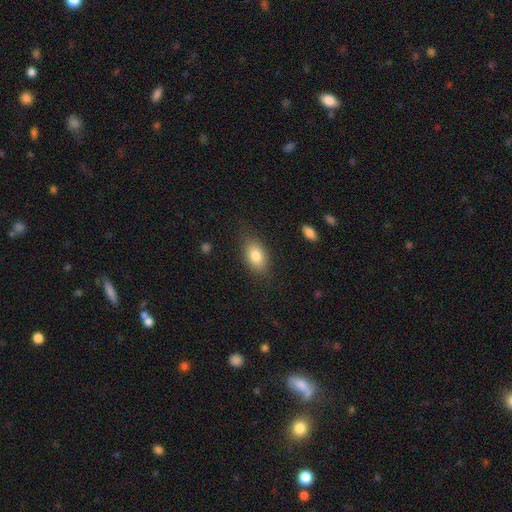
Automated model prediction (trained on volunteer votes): smooth_or_featured: smooth (p=0.81) [alt: featured or disk p=0.11]
how_rounded: in between (p=0.88) [alt: round p=0.09]
merging: none (p=0.79) [alt: minor disturbance p=0.15]